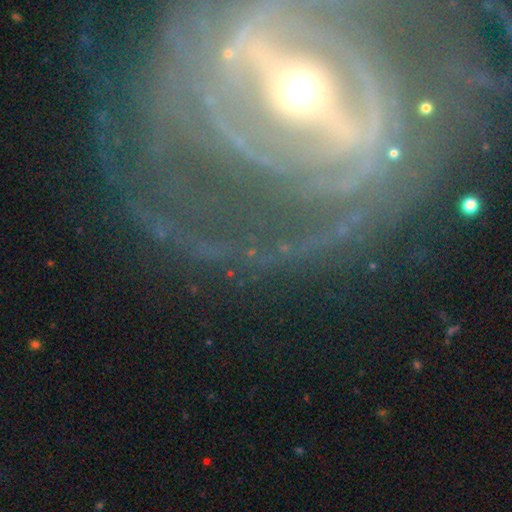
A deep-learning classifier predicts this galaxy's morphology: Smooth or featured?
  - featured or disk: 87% *
  - star or artifact: 7%
  - smooth: 6%
Edge-on disk?
  - no: 91% *
  - yes: 9%
Bar?
  - strong: 72% *
  - weak: 18%
  - no: 10%
Spiral arms?
  - yes: 85% *
  - no: 15%
Spiral winding?
  - tight: 62% *
  - medium: 27%
  - loose: 11%
Spiral arm count?
  - 2: 33% *
  - can't tell: 28%
  - 3: 12%
  - 4: 9%
  - more than 4: 9%
  - 1: 8%
Bulge size?
  - moderate: 58% *
  - small: 32%
  - large: 8%
  - dominant: 2%
  - none: 1%
Merging?
  - none: 69% *
  - major disturbance: 14%
  - minor disturbance: 14%
  - merger: 3%